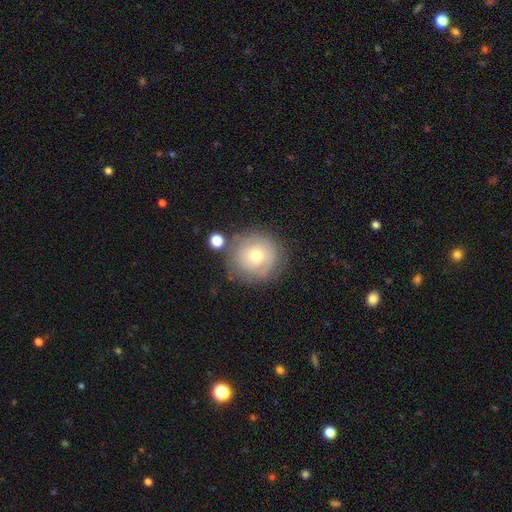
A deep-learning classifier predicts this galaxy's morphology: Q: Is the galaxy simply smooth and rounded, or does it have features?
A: smooth — 63%.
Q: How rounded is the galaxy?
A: round — 94%.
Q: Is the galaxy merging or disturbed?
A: none — 75%.